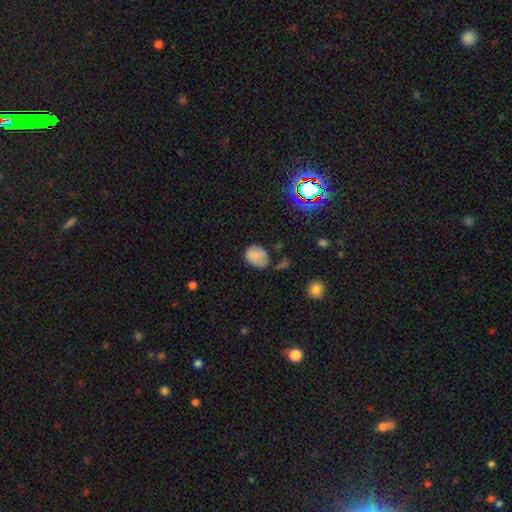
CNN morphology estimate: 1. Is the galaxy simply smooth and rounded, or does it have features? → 80% smooth, 12% star or artifact, 8% featured or disk.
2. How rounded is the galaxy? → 58% in between, 41% round, 1% cigar-shaped.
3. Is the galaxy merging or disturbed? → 56% none, 30% minor disturbance, 8% major disturbance, 5% merger.